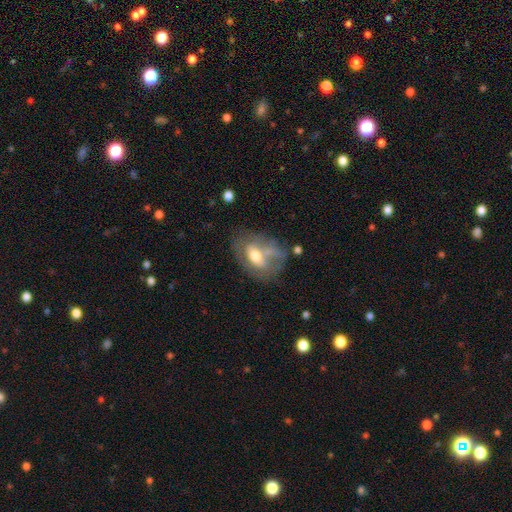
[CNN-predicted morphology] type=featured or disk (46%, tied with smooth); merging=none (38%).